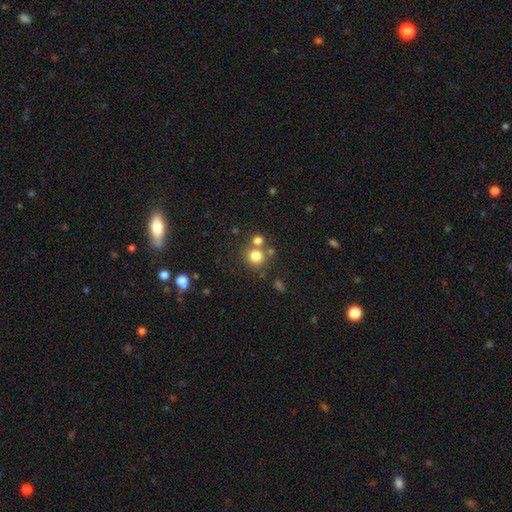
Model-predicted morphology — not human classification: Smooth or featured? Predicted: smooth (p=0.78). How rounded? Predicted: round (p=0.91). Merging? Predicted: none (p=0.66).